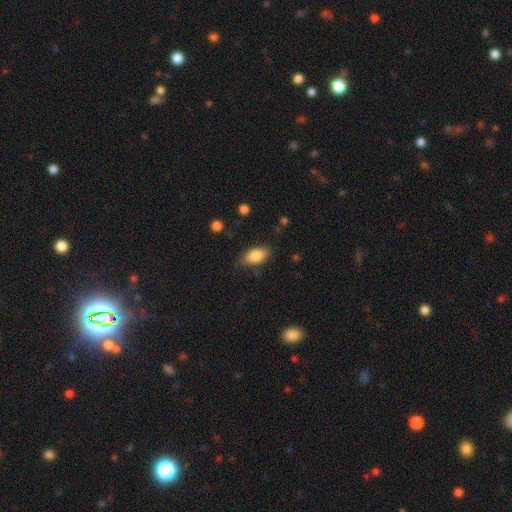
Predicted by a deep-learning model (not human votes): Smooth or featured?
  - smooth: 85% *
  - featured or disk: 8%
  - star or artifact: 7%
How rounded?
  - in between: 91% *
  - cigar-shaped: 6%
  - round: 4%
Merging?
  - none: 81% *
  - minor disturbance: 14%
  - major disturbance: 3%
  - merger: 1%